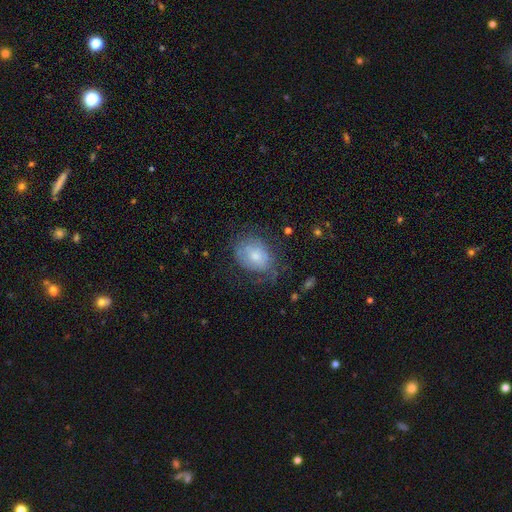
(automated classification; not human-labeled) Smooth or featured?
  - smooth: 54% *
  - featured or disk: 38%
  - star or artifact: 9%
How rounded?
  - in between: 65% *
  - round: 34%
  - cigar-shaped: 1%
Merging?
  - none: 50% *
  - minor disturbance: 29%
  - major disturbance: 19%
  - merger: 2%